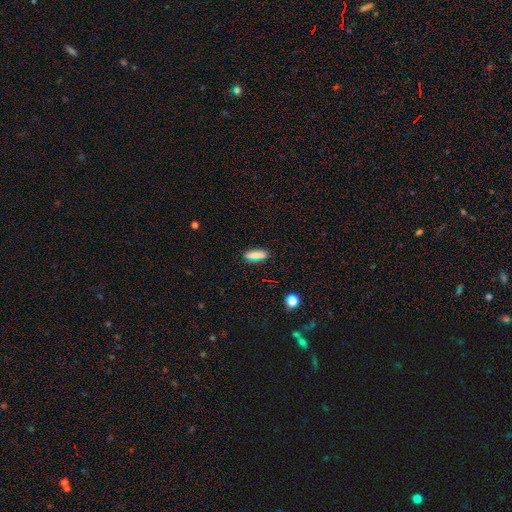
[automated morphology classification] This is likely a smooth galaxy (71%). How rounded: likely in between (60%). Merging: clearly none (87%).